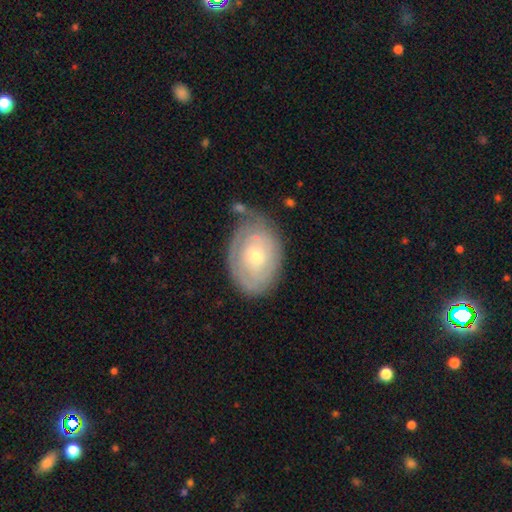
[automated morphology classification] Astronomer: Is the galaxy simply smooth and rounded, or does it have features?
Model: featured or disk — 70%.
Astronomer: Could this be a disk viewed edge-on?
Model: no — 96%.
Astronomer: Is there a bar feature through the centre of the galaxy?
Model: no — 72%.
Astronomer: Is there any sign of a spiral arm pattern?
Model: yes — 80%.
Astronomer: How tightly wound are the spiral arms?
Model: tight — 80%.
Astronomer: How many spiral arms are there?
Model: can't tell — 54%.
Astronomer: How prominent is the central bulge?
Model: small — 59% (runner-up: moderate, 38%).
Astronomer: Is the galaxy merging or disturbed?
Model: none — 64%.